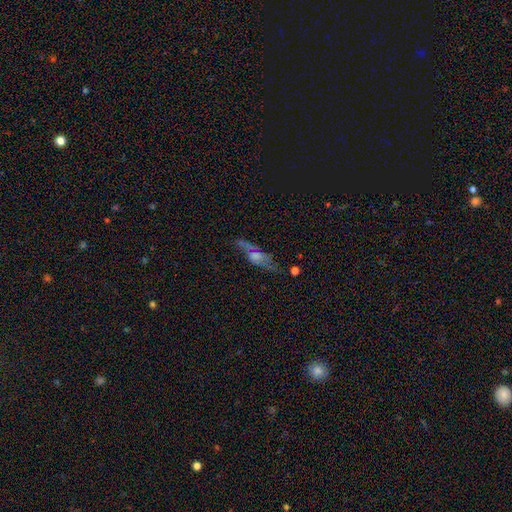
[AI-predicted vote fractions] smooth_or_featured: featured or disk (p=0.59) [alt: smooth p=0.26]
disk_edge_on: yes (p=0.51) [alt: no p=0.49]
merging: none (p=0.57) [alt: minor disturbance p=0.22]